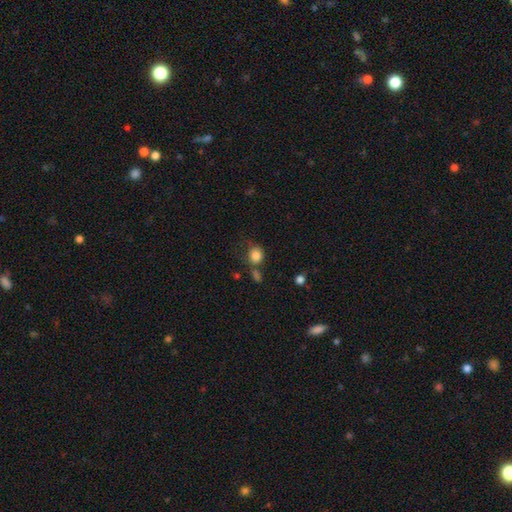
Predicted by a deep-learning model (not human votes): This is clearly a smooth galaxy (83%). How rounded: likely round (76%). Merging: possibly none (56%).